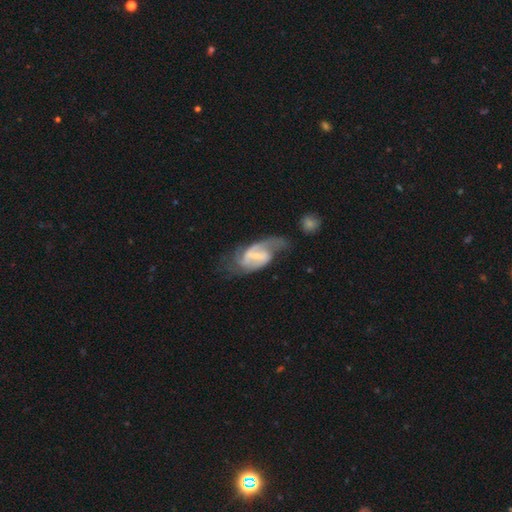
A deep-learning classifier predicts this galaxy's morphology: smooth_or_featured: featured or disk (p=0.82) [alt: smooth p=0.13]
disk_edge_on: no (p=0.97) [alt: yes p=0.03]
bar: weak (p=0.49) [alt: strong p=0.35]
has_spiral_arms: yes (p=0.93) [alt: no p=0.07]
spiral_winding: medium (p=0.46) [alt: loose p=0.34]
spiral_arm_count: 2 (p=0.77) [alt: can't tell p=0.09]
bulge_size: small (p=0.57) [alt: moderate p=0.23]
merging: none (p=0.46) [alt: major disturbance p=0.26]